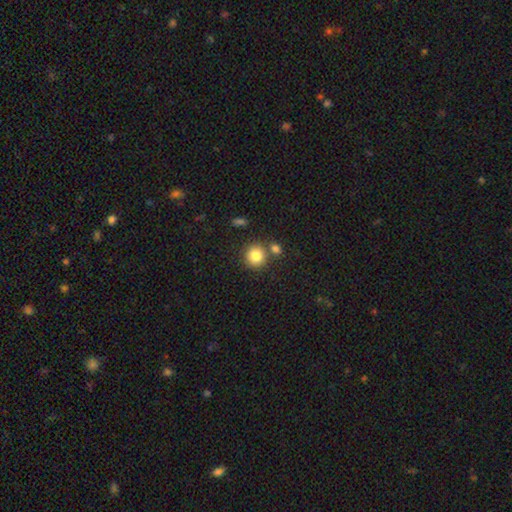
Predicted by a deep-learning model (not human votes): This appears to be a smooth galaxy with no disk features (83%) that is round (90%). Merging: none (72%).